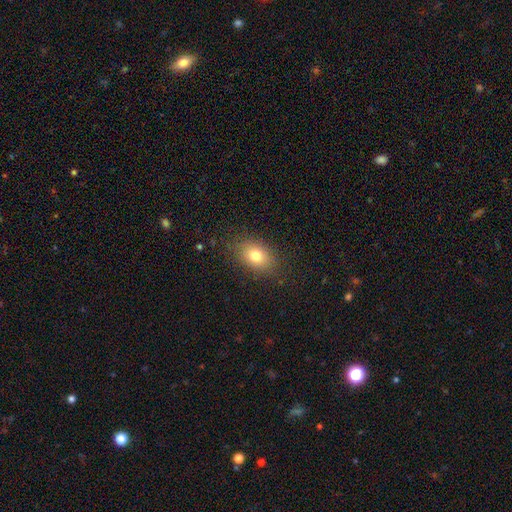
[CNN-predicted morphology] Overall: smooth (78%). How rounded: in between (76%). Merging: none (84%).